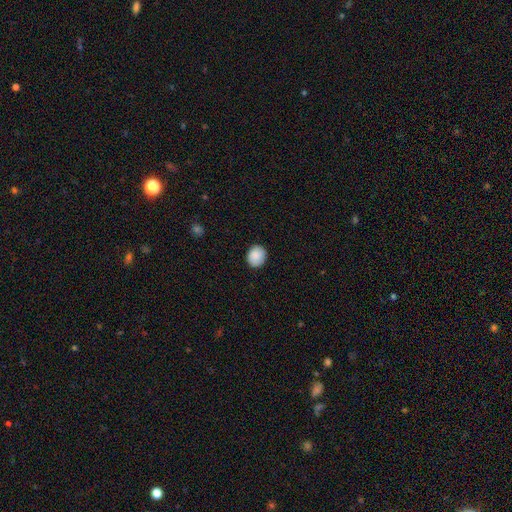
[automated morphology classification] This appears to be a smooth galaxy with no disk features (89%) that is round (69%). Merging: none (88%).